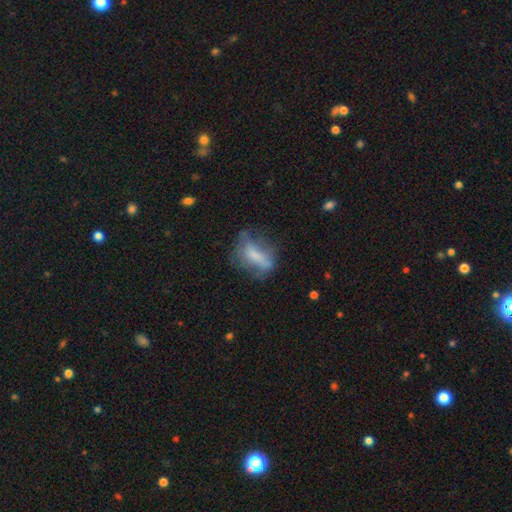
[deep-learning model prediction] smooth_or_featured: smooth (p=0.57) [alt: featured or disk p=0.33]
how_rounded: in between (p=0.71) [alt: cigar-shaped p=0.19]
merging: none (p=0.44) [alt: minor disturbance p=0.28]